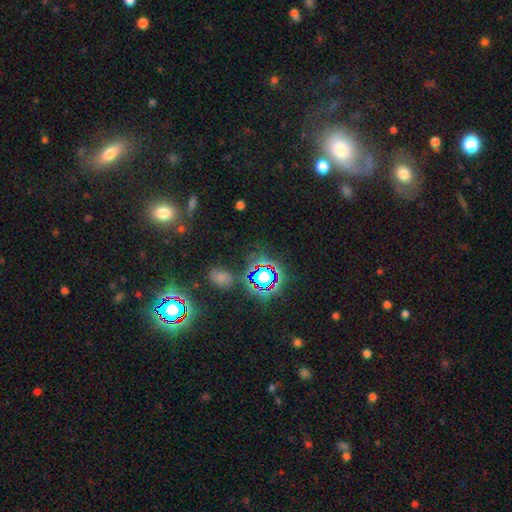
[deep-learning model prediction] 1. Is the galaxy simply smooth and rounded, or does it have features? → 68% star or artifact, 19% smooth, 13% featured or disk.